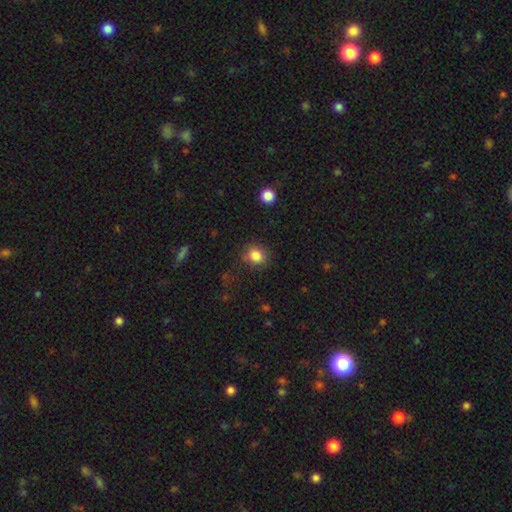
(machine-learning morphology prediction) Q: Smooth or featured?
A: smooth (83%); runner-up: star or artifact (10%)
Q: How rounded?
A: round (67%); runner-up: in between (32%)
Q: Merging?
A: none (78%); runner-up: minor disturbance (15%)